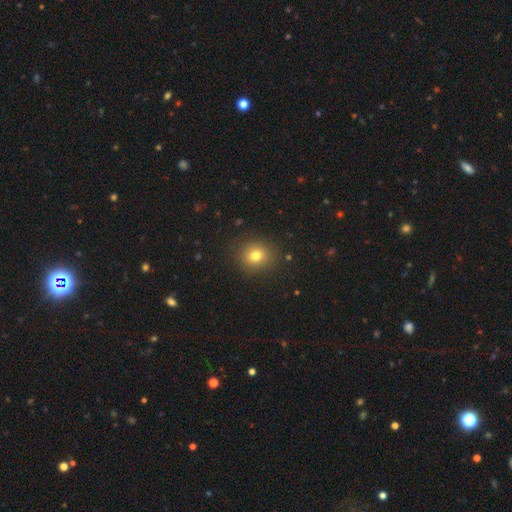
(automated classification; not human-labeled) This is likely a smooth galaxy (77%). How rounded: clearly round (82%). Merging: clearly none (88%).